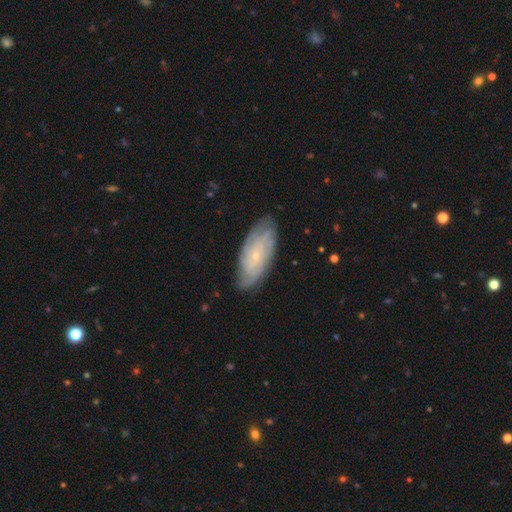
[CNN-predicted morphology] Q: Smooth or featured?
A: featured or disk (71%); runner-up: smooth (22%)
Q: Edge-on disk?
A: no (90%); runner-up: yes (10%)
Q: Bar?
A: no (79%); runner-up: weak (17%)
Q: Spiral arms?
A: yes (91%); runner-up: no (9%)
Q: Spiral winding?
A: tight (68%); runner-up: medium (25%)
Q: Spiral arm count?
A: can't tell (49%); runner-up: 4 (14%)
Q: Bulge size?
A: small (84%); runner-up: moderate (12%)
Q: Merging?
A: none (79%); runner-up: minor disturbance (16%)